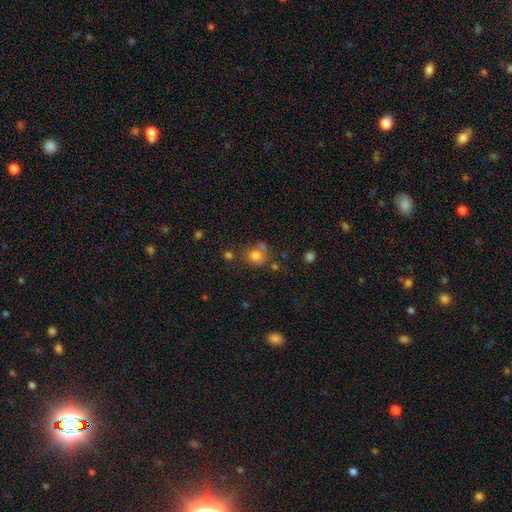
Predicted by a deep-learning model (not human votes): This appears to be a smooth galaxy with no disk features (76%) that is round (75%). Merging: none (52%).